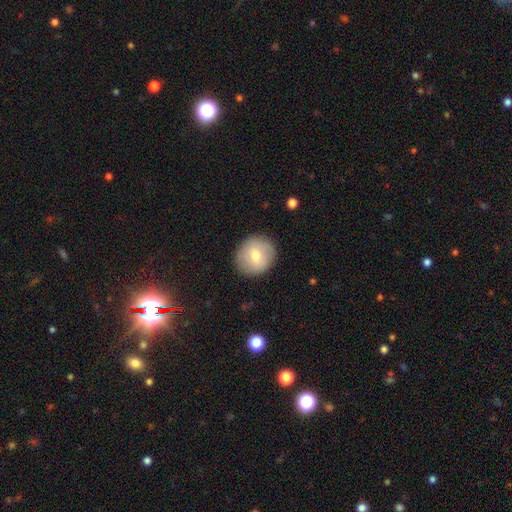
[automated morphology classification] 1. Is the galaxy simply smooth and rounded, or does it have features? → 70% smooth, 23% featured or disk, 7% star or artifact.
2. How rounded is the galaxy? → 89% round, 10% in between, 1% cigar-shaped.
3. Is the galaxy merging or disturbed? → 89% none, 8% minor disturbance, 2% major disturbance, 1% merger.